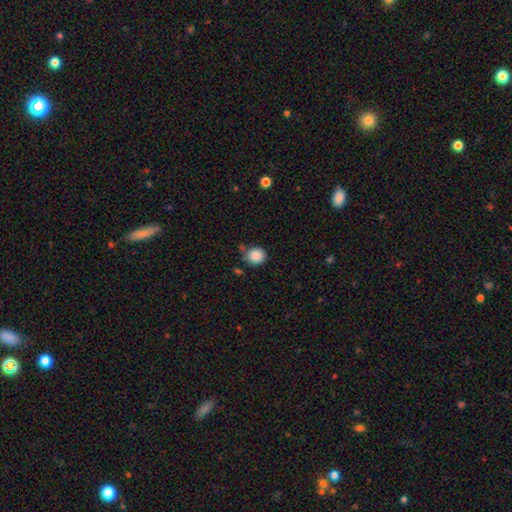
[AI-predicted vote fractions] Smooth or featured? Predicted: smooth (p=0.87). How rounded? Predicted: round (p=0.84). Merging? Predicted: none (p=0.69).